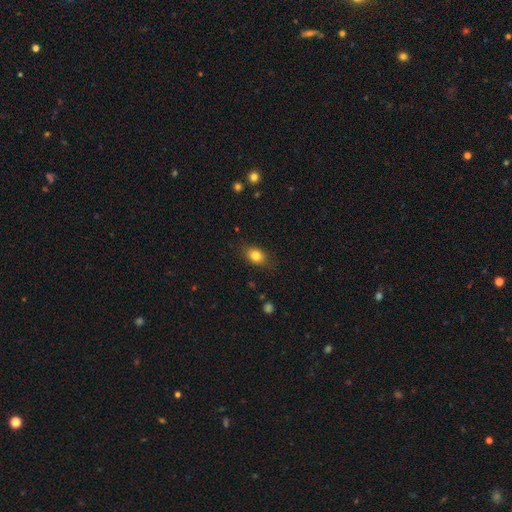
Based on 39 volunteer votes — Morphology: type=smooth (90%); roundness=in between (66%); merging=none (80%).